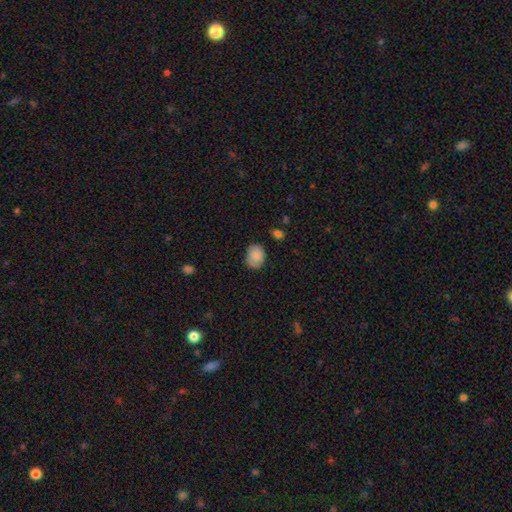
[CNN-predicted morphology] This is clearly a smooth galaxy (86%). How rounded: possibly in between (55%). Merging: likely none (76%).